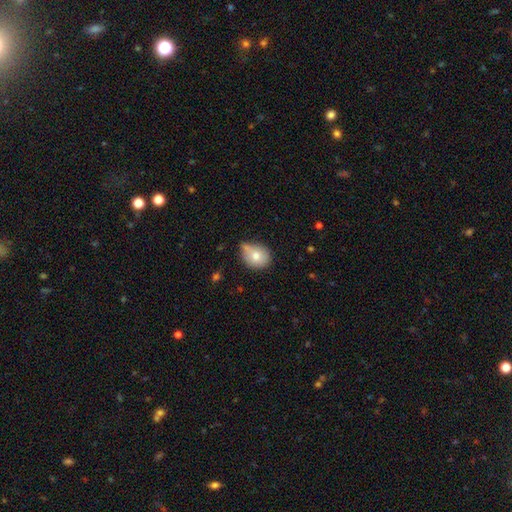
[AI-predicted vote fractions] A smooth galaxy with no disk features (75%) that is round (68%).

Vote fractions:
- Smooth or featured? smooth: 75% / featured or disk: 15% / star or artifact: 10%
- How rounded? round: 68% / in between: 31% / cigar-shaped: 1%
- Merging? none: 47% / minor disturbance: 31% / merger: 14% / major disturbance: 7%